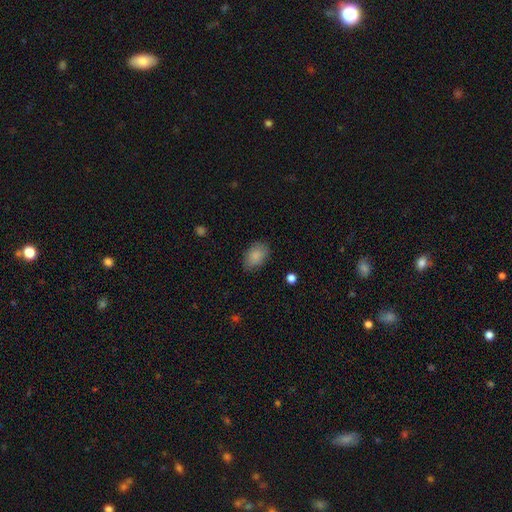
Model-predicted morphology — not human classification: smooth 86%, star or artifact 7%, featured or disk 7%. Down the decision tree: how rounded — in between (86%); merging — none (80%).